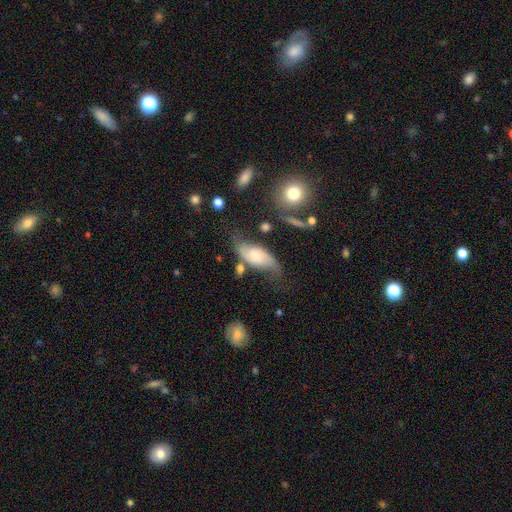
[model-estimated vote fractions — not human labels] Smooth or featured?
  - featured or disk: 61% *
  - smooth: 31%
  - star or artifact: 7%
Edge-on disk?
  - no: 89% *
  - yes: 11%
Bar?
  - no: 56% *
  - weak: 34%
  - strong: 10%
Spiral arms?
  - yes: 88% *
  - no: 12%
Bulge size?
  - small: 44% *
  - moderate: 40%
  - none: 7%
  - large: 6%
  - dominant: 2%
Merging?
  - none: 51% *
  - minor disturbance: 27%
  - major disturbance: 14%
  - merger: 8%